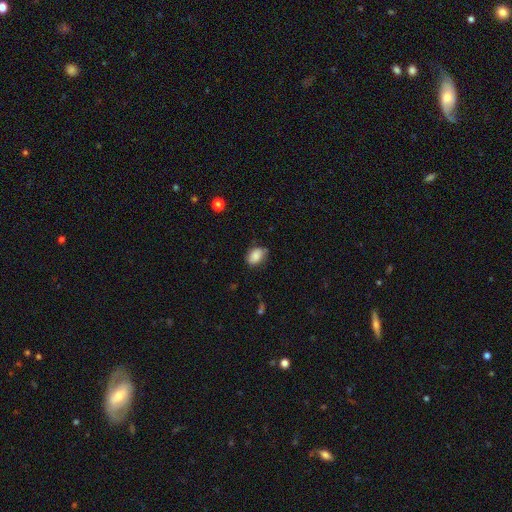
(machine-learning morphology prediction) smooth-or-featured: smooth: 82% | featured or disk: 10% | star or artifact: 8%
  how-rounded: in between: 81% | round: 18% | cigar-shaped: 1%
  merging: none: 65% | minor disturbance: 27% | major disturbance: 7% | merger: 2%